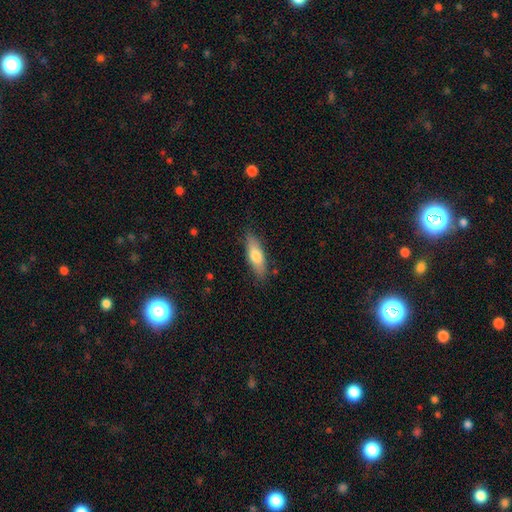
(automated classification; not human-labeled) A smooth galaxy with no disk features (72%) that is in between round and cigar-shaped (55%). Merging: none (83%).